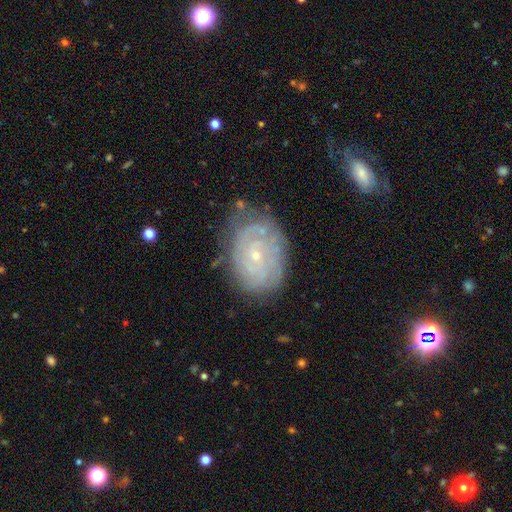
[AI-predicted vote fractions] smooth_or_featured: featured or disk (p=0.76) [alt: smooth p=0.17]
disk_edge_on: no (p=0.96) [alt: yes p=0.04]
bar: no (p=0.77) [alt: weak p=0.19]
has_spiral_arms: yes (p=0.87) [alt: no p=0.13]
spiral_winding: tight (p=0.76) [alt: medium p=0.19]
spiral_arm_count: can't tell (p=0.49) [alt: 2 p=0.16]
bulge_size: small (p=0.80) [alt: moderate p=0.16]
merging: none (p=0.69) [alt: minor disturbance p=0.21]